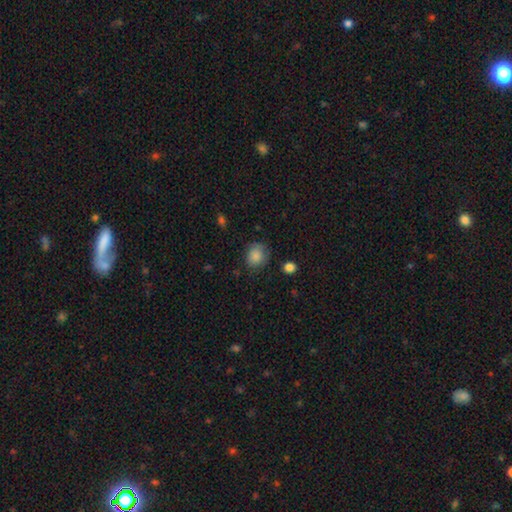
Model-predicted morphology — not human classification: Q: Smooth or featured?
A: smooth (86%); runner-up: star or artifact (9%)
Q: How rounded?
A: round (72%); runner-up: in between (27%)
Q: Merging?
A: none (74%); runner-up: minor disturbance (19%)